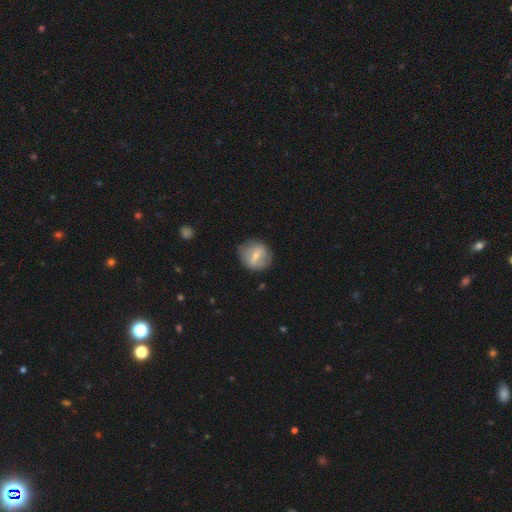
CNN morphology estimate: smooth 48%, featured or disk 44%, star or artifact 8%. Down the decision tree: merging — none (75%).